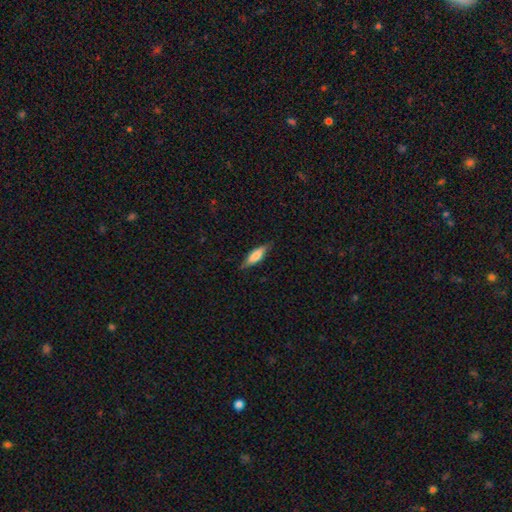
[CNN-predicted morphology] This appears to be a smooth galaxy with no disk features (60%) that is cigar-shaped (57%). Merging: none (82%).